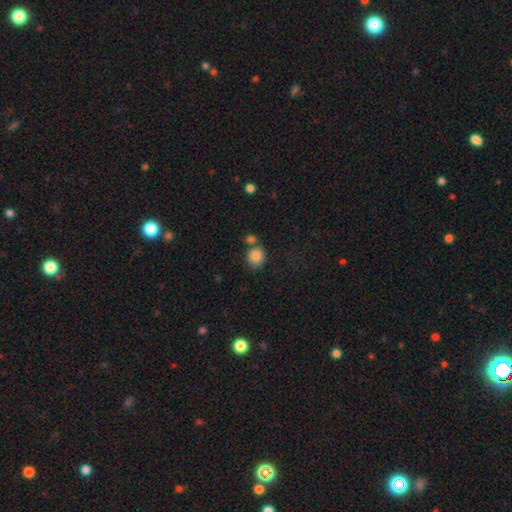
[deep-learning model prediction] This is clearly a smooth galaxy (86%). How rounded: likely round (77%). Merging: possibly none (59%).